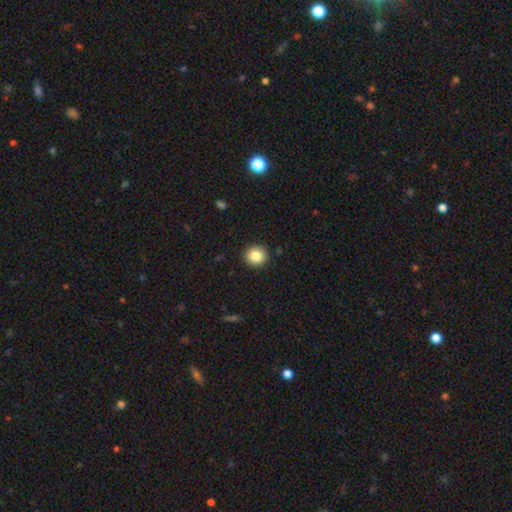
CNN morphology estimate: This is clearly a smooth galaxy (84%). How rounded: clearly round (91%). Merging: clearly none (92%).